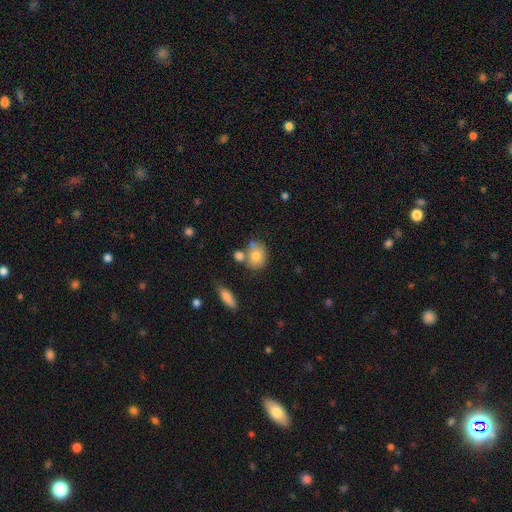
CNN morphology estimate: Smooth or featured? smooth (76%)
How rounded? round (52%)
Merging? none (51%)